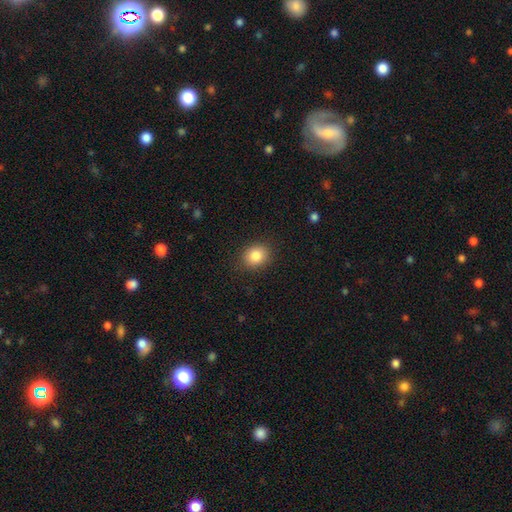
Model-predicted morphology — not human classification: Smooth or featured? Predicted: smooth (p=0.85). How rounded? Predicted: round (p=0.61). Merging? Predicted: none (p=0.87).